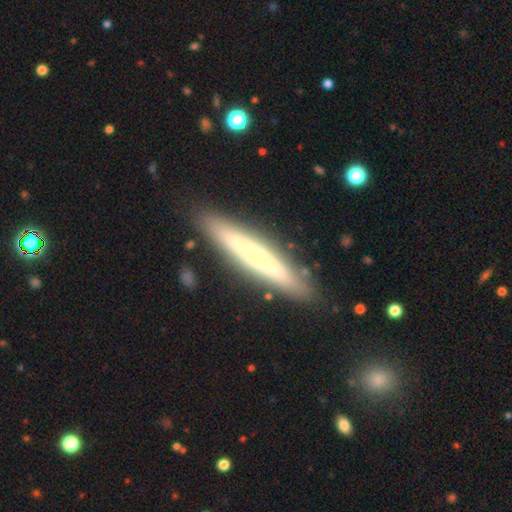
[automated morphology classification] smooth_or_featured: featured or disk (p=0.53) [alt: smooth p=0.40]
disk_edge_on: yes (p=0.77) [alt: no p=0.23]
merging: none (p=0.86) [alt: minor disturbance p=0.10]